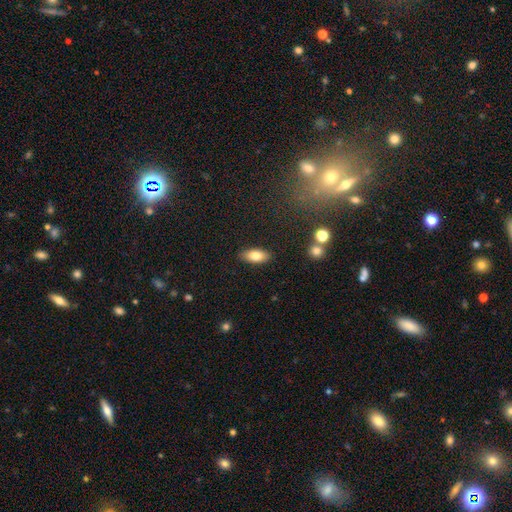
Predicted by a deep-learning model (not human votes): smooth-or-featured: smooth: 79% | featured or disk: 13% | star or artifact: 7%
  how-rounded: in between: 86% | cigar-shaped: 11% | round: 3%
  merging: none: 88% | minor disturbance: 9% | major disturbance: 2% | merger: 1%